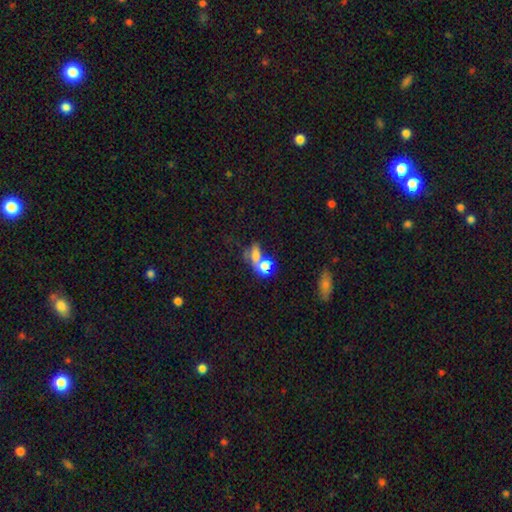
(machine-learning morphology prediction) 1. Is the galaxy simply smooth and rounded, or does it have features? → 63% smooth, 19% star or artifact, 17% featured or disk.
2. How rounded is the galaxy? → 63% in between, 32% round, 5% cigar-shaped.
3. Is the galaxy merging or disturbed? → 53% merger, 26% none, 12% major disturbance, 10% minor disturbance.